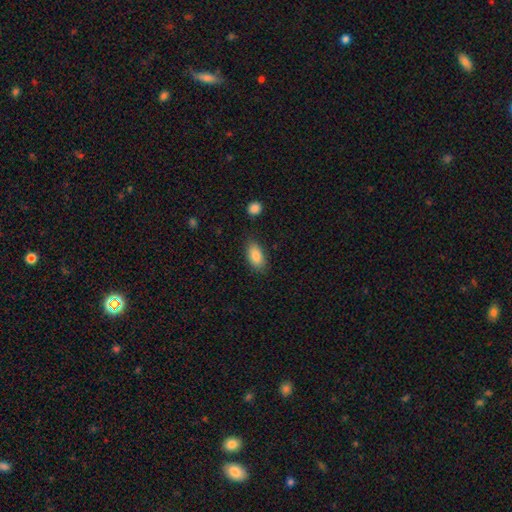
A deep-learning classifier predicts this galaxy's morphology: Smooth or featured? smooth (86%)
How rounded? in between (91%)
Merging? none (80%)